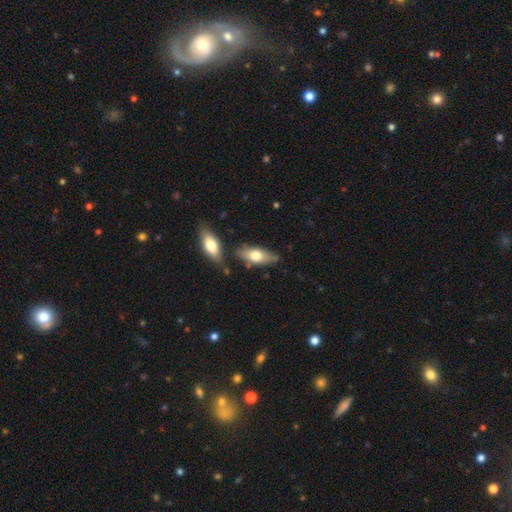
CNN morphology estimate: smooth_or_featured: smooth (p=0.67) [alt: featured or disk p=0.28]
how_rounded: in between (p=0.76) [alt: cigar-shaped p=0.21]
merging: none (p=0.69) [alt: minor disturbance p=0.17]